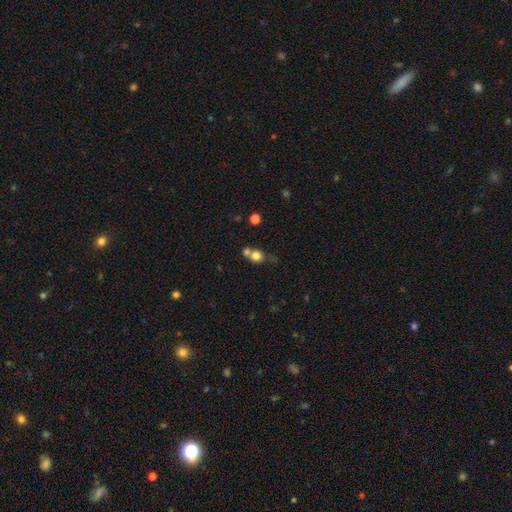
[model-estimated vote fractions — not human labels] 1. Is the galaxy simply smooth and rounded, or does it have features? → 74% smooth, 14% featured or disk, 12% star or artifact.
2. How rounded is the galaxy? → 76% round, 22% in between, 2% cigar-shaped.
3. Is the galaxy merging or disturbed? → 48% merger, 36% none, 11% minor disturbance, 6% major disturbance.